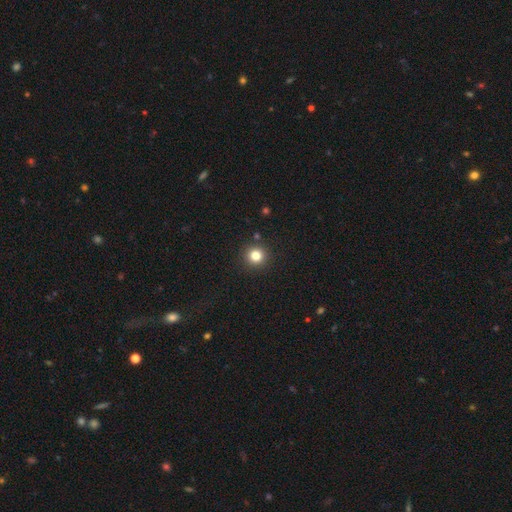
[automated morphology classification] Smooth or featured? smooth (82%)
How rounded? round (94%)
Merging? none (90%)